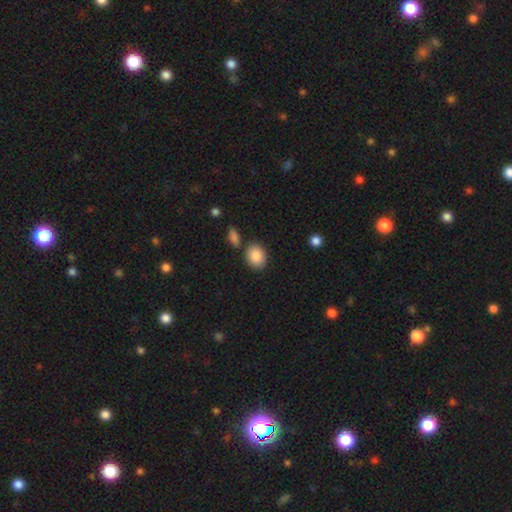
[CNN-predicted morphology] Smooth or featured? smooth (87%)
How rounded? in between (54%)
Merging? none (78%)